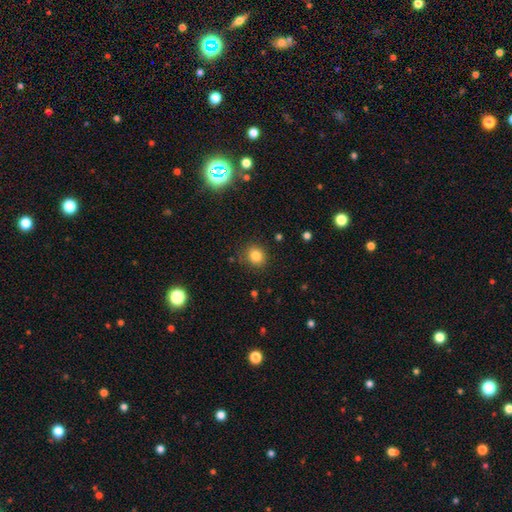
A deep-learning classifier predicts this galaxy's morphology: This appears to be a smooth galaxy with no disk features (83%) that is round (80%). Merging: none (86%).